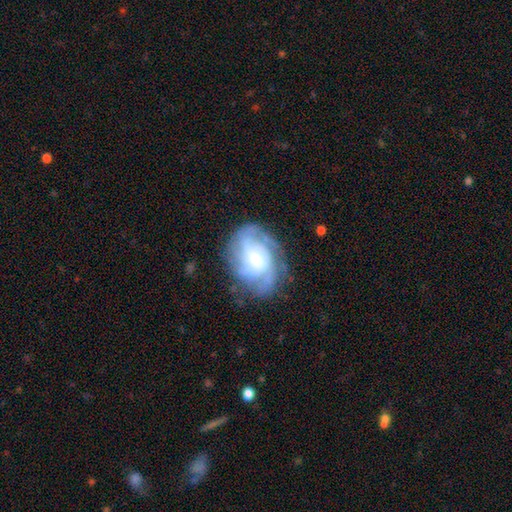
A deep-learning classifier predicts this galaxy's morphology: Smooth or featured? Predicted: featured or disk (p=0.78). Edge-on disk? Predicted: no (p=0.97). Bar? Predicted: no (p=0.58). Spiral arms? Predicted: yes (p=0.94). Spiral winding? Predicted: tight (p=0.59). Spiral arm count? Predicted: can't tell (p=0.33). Bulge size? Predicted: small (p=0.52). Merging? Predicted: none (p=0.73).